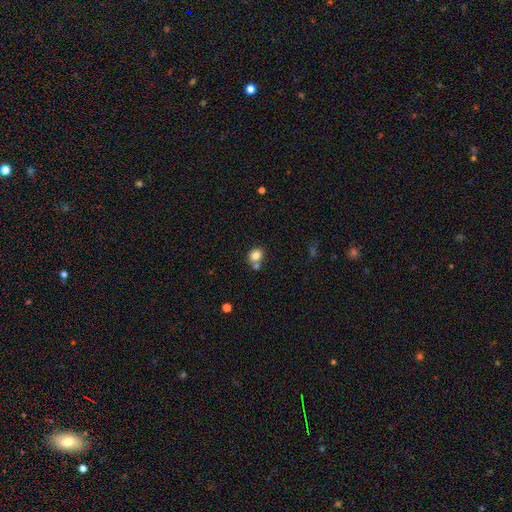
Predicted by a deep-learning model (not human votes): Smooth or featured?
  - smooth: 83% *
  - star or artifact: 10%
  - featured or disk: 7%
How rounded?
  - round: 64% *
  - in between: 35%
  - cigar-shaped: 1%
Merging?
  - none: 58% *
  - merger: 27%
  - minor disturbance: 11%
  - major disturbance: 4%